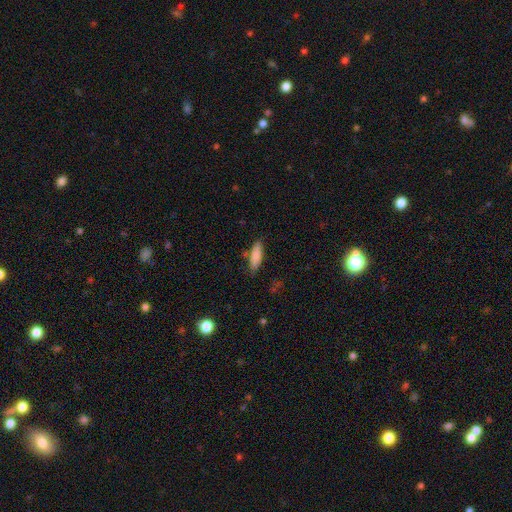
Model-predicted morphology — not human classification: This appears to be a smooth galaxy with no disk features (83%) that is in between round and cigar-shaped (50%). Merging: none (76%).